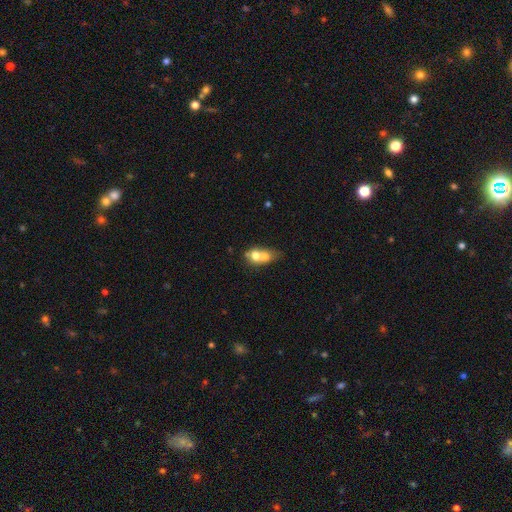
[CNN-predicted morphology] A smooth galaxy with no disk features (63%) that is round (49%). Merging: merger (68%).